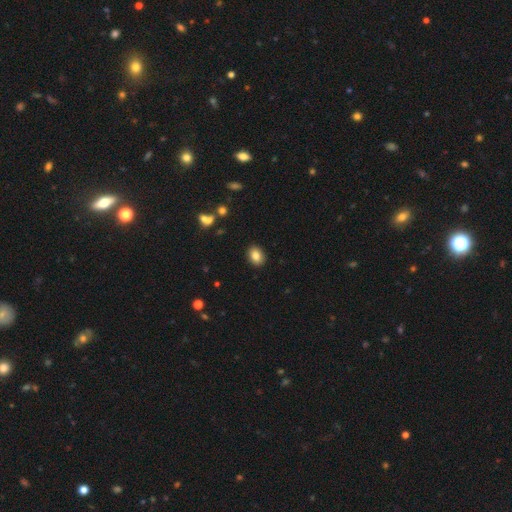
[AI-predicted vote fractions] A smooth galaxy with no disk features (84%) that is in between round and cigar-shaped (63%). Merging: none (90%).